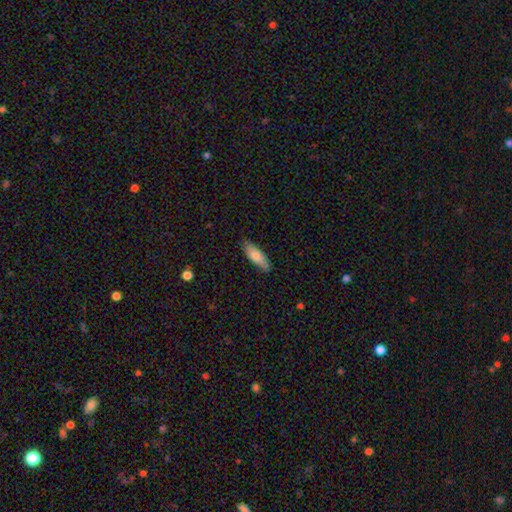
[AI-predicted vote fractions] A smooth galaxy with no disk features (80%) that is in between round and cigar-shaped (53%). Merging: none (84%).